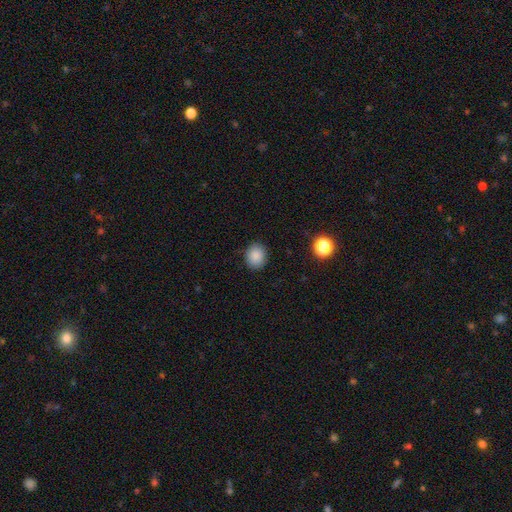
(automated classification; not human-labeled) A smooth galaxy with no disk features (87%) that is round (69%).

Vote fractions:
- Smooth or featured? smooth: 87% / star or artifact: 10% / featured or disk: 4%
- How rounded? round: 69% / in between: 30% / cigar-shaped: 1%
- Merging? none: 88% / minor disturbance: 8% / major disturbance: 2% / merger: 1%